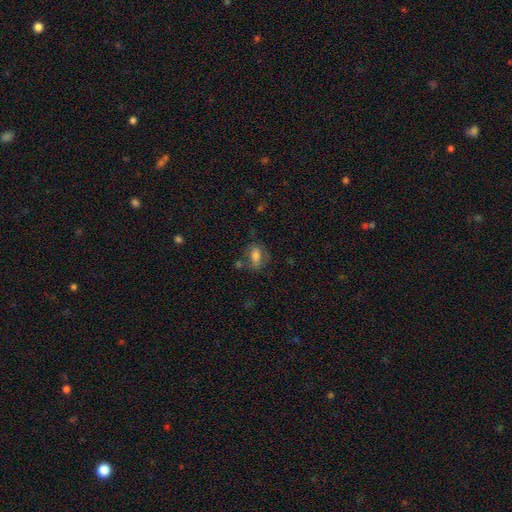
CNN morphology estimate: The model was most divided on "merging": none: 56%, minor disturbance: 23%, major disturbance: 13%, merger: 8%. More confident: how rounded — in between (82%); smooth or featured — smooth (69%).